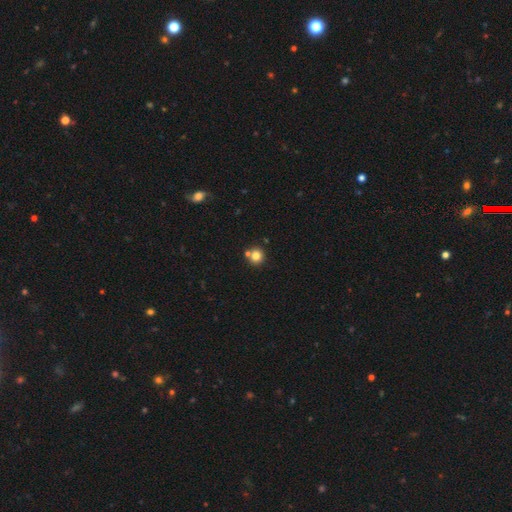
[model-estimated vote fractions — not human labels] Overall: smooth (80%). How rounded: round (91%). Merging: none (71%).